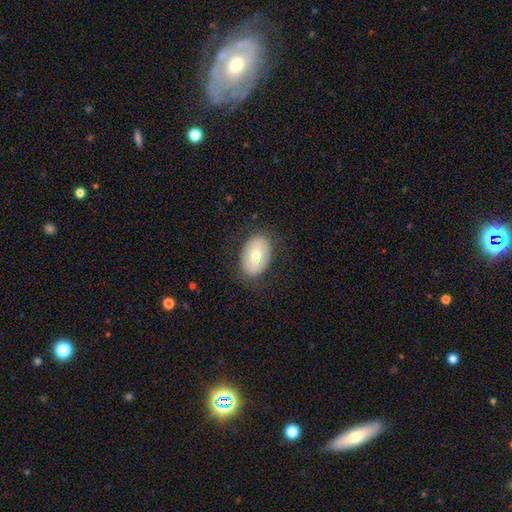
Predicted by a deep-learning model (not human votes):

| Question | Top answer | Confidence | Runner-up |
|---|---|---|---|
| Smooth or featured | smooth | 64% | featured or disk (29%) |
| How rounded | in between | 86% | round (13%) |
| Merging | none | 79% | minor disturbance (15%) |